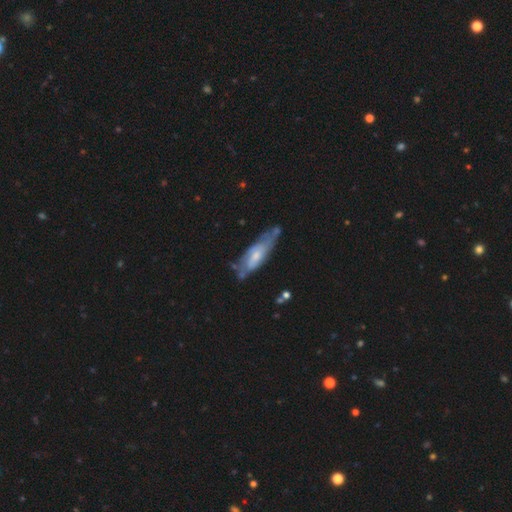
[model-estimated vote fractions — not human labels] A featured or disk galaxy (63%). Merging: none (55%).